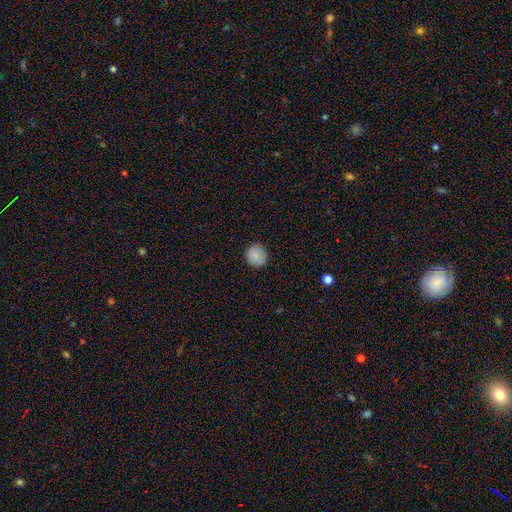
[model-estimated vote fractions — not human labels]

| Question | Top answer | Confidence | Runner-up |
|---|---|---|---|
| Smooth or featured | smooth | 85% | star or artifact (8%) |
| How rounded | round | 86% | in between (13%) |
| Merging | none | 89% | minor disturbance (8%) |